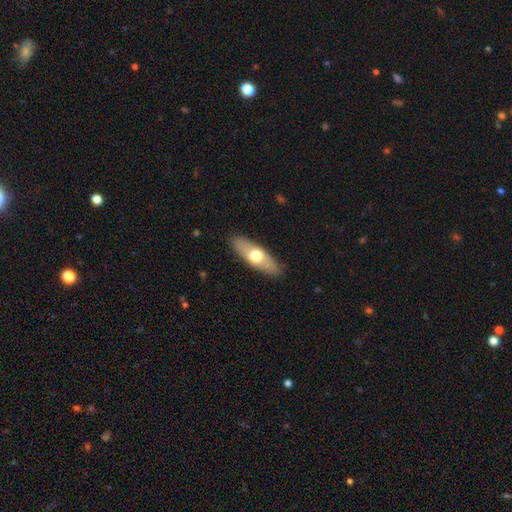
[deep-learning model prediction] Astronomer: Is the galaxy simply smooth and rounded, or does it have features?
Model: smooth — 57% (runner-up: featured or disk, 38%).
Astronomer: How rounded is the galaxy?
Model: in between — 60% (runner-up: cigar-shaped, 37%).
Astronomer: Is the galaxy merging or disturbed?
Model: none — 87%.